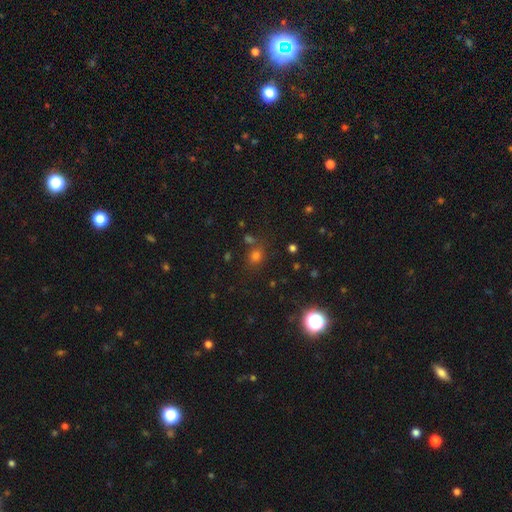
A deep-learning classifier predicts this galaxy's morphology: A smooth galaxy with no disk features (64%) that is round (66%). Merging: none (74%).